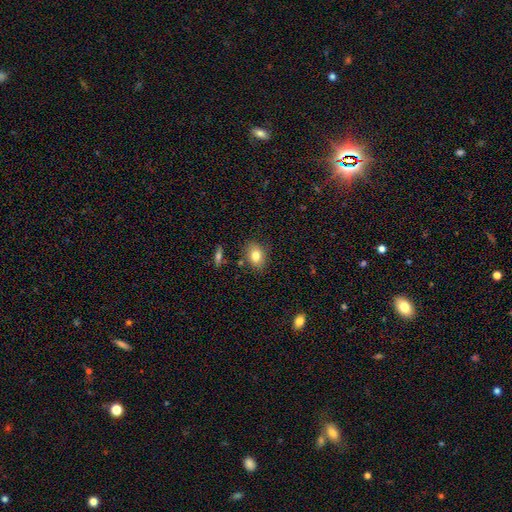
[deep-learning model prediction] Smooth or featured?
  - smooth: 80% *
  - featured or disk: 11%
  - star or artifact: 9%
How rounded?
  - in between: 69% *
  - round: 30%
  - cigar-shaped: 1%
Merging?
  - none: 81% *
  - minor disturbance: 12%
  - merger: 4%
  - major disturbance: 3%